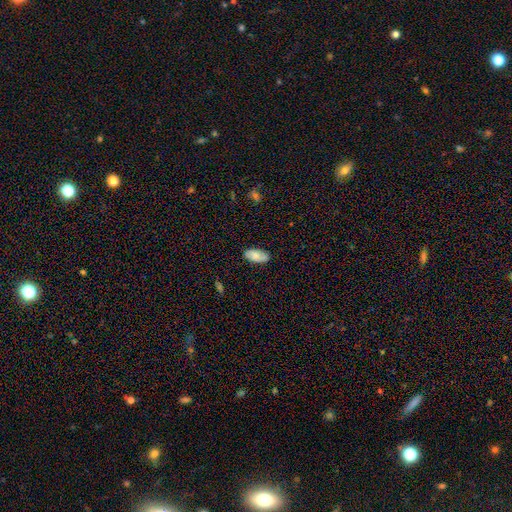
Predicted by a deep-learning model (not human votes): Morphology: type=smooth (74%); roundness=in between (93%); merging=none (83%).